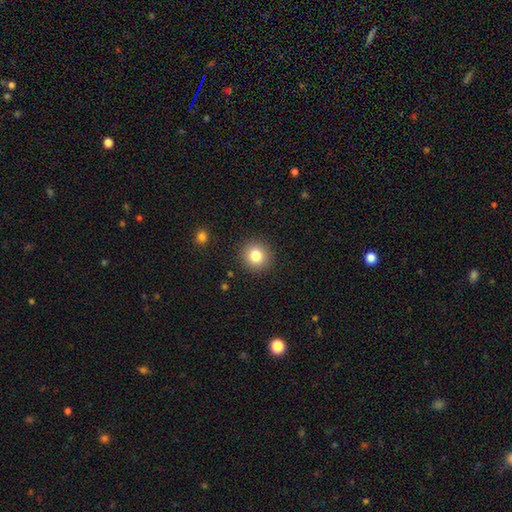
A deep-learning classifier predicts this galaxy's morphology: Smooth or featured? Predicted: smooth (p=0.81). How rounded? Predicted: round (p=0.91). Merging? Predicted: none (p=0.91).